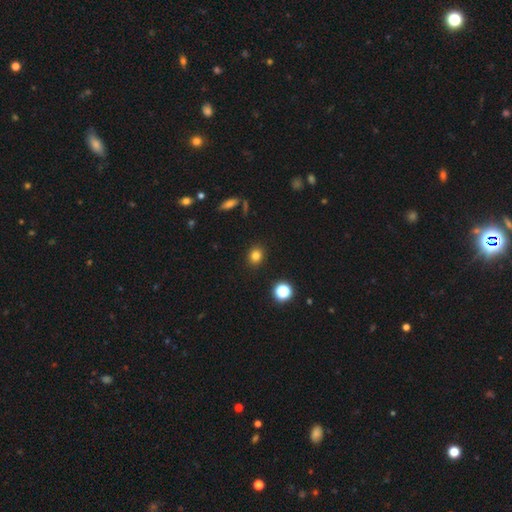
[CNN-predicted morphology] Smooth or featured? Predicted: smooth (p=0.81). How rounded? Predicted: round (p=0.69). Merging? Predicted: none (p=0.90).